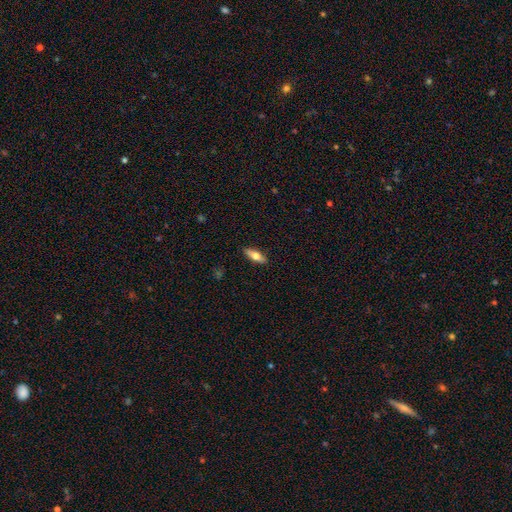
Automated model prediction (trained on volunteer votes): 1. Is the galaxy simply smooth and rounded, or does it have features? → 58% smooth, 36% featured or disk, 6% star or artifact.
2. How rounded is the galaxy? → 57% in between, 40% cigar-shaped, 3% round.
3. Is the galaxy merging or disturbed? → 89% none, 8% minor disturbance, 2% major disturbance, 1% merger.